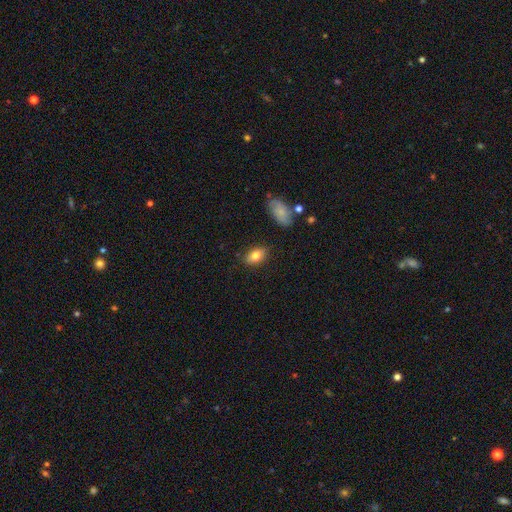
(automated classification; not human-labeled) smooth-or-featured: smooth: 78% | featured or disk: 14% | star or artifact: 8%
  how-rounded: in between: 86% | round: 11% | cigar-shaped: 3%
  merging: none: 83% | minor disturbance: 12% | major disturbance: 3% | merger: 2%